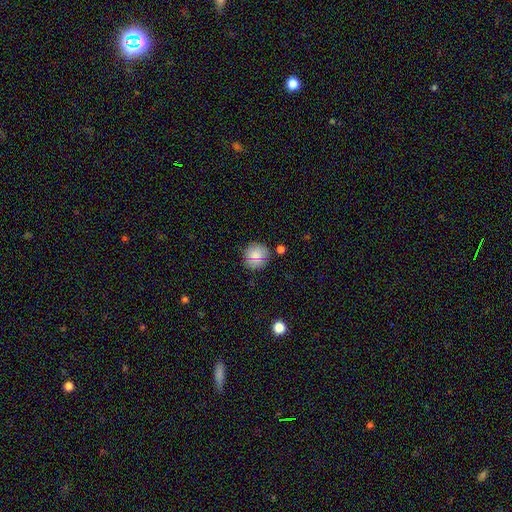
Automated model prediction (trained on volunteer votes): The model was most divided on "merging": none: 80%, minor disturbance: 13%, merger: 4%, major disturbance: 3%. More confident: how rounded — round (89%); smooth or featured — smooth (84%).